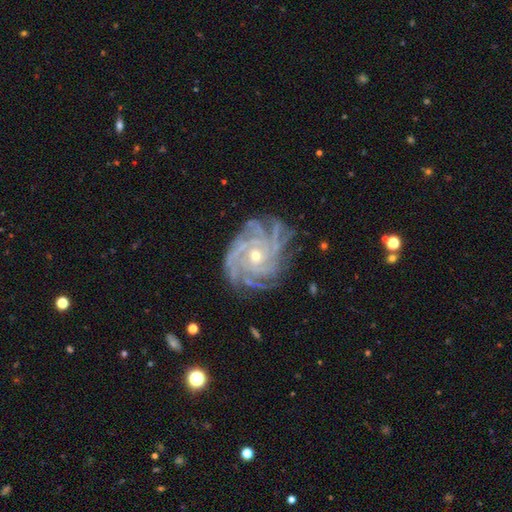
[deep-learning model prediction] smooth-or-featured: featured or disk: 90% | star or artifact: 6% | smooth: 4%
  disk-edge-on: no: 98% | yes: 2%
    bar: no: 73% | weak: 20% | strong: 7%
    has-spiral-arms: yes: 98% | no: 2%
      spiral-winding: tight: 76% | medium: 20% | loose: 4%
      spiral-arm-count: more than 4: 37% | 4: 21% | can't tell: 17% | 3: 10% | 2: 8% | 1: 7%
    bulge-size: small: 63% | moderate: 35% | large: 1% | none: 1% | dominant: 1%
  merging: none: 77% | minor disturbance: 16% | major disturbance: 6% | merger: 1%